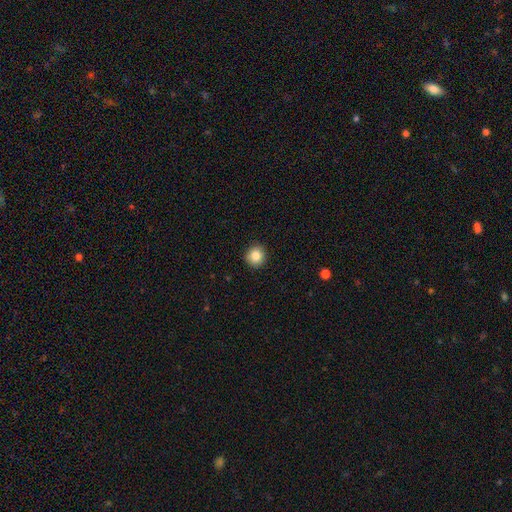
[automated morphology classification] This is clearly a smooth galaxy (85%). How rounded: clearly round (91%). Merging: clearly none (91%).